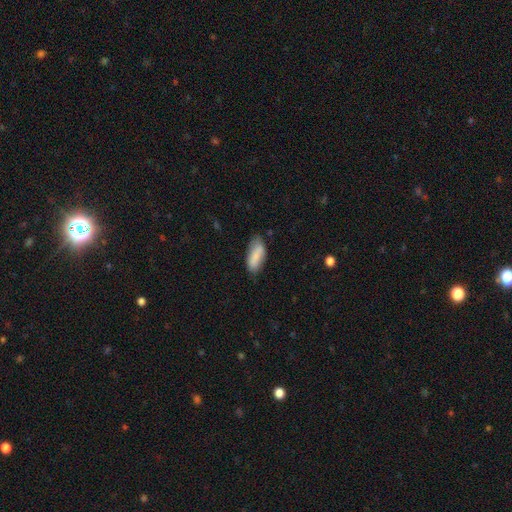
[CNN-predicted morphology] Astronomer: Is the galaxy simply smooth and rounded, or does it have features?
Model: smooth — 84%.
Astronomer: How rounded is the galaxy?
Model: in between — 82%.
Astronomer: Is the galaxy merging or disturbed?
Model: none — 65%.